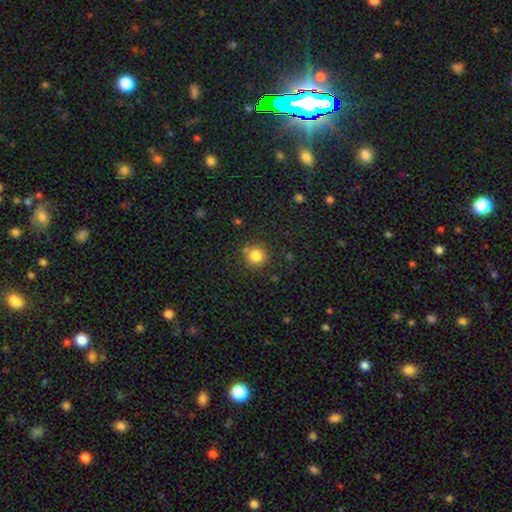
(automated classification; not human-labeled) Smooth or featured?
  - smooth: 82% *
  - star or artifact: 12%
  - featured or disk: 5%
How rounded?
  - round: 93% *
  - in between: 6%
  - cigar-shaped: 1%
Merging?
  - none: 82% *
  - minor disturbance: 9%
  - merger: 6%
  - major disturbance: 3%